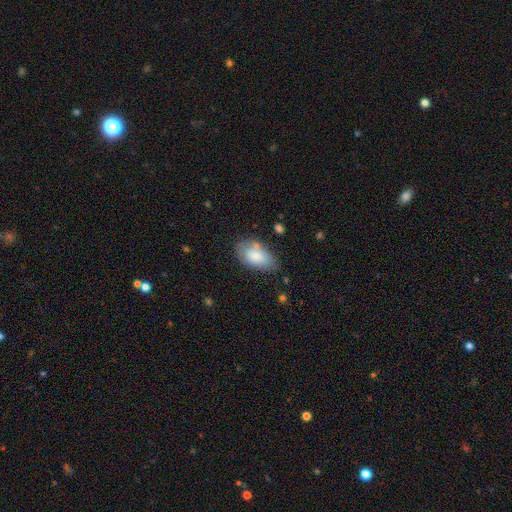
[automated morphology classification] type=smooth (78%); roundness=in between (93%); merging=none (60%).